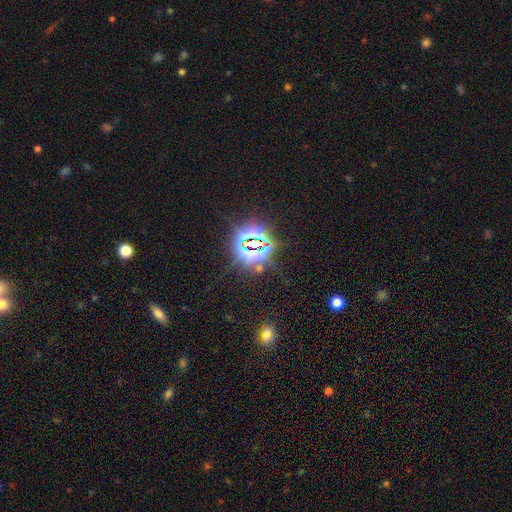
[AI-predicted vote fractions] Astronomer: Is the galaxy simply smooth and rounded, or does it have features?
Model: star or artifact — 83%.